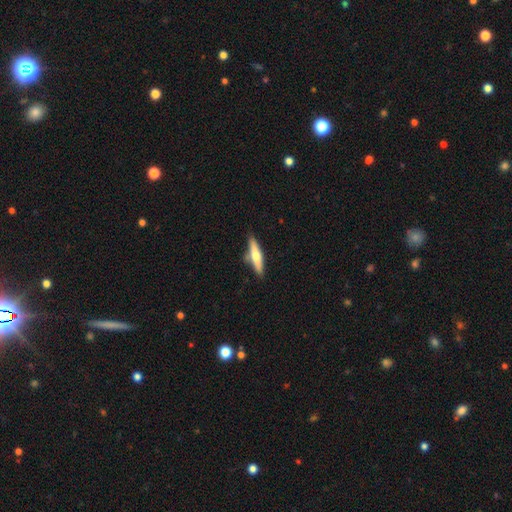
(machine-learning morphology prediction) Overall: smooth (51%; featured or disk 44%). How rounded: cigar-shaped (80%). Merging: none (77%).